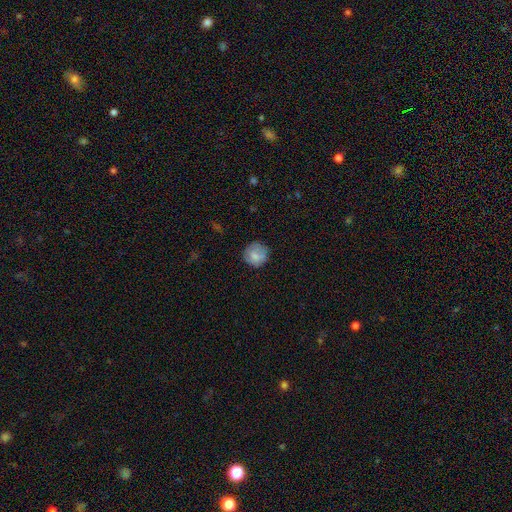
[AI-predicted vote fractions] Morphology: type=smooth (81%); roundness=round (90%); merging=none (79%).